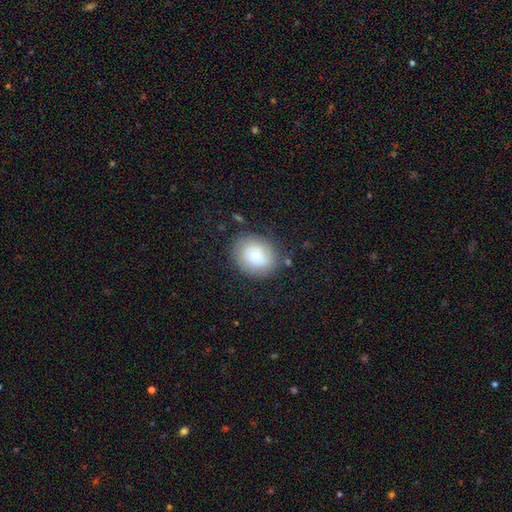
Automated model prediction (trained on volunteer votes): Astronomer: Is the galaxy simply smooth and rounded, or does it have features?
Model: smooth — 68%.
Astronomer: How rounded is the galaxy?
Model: round — 69%.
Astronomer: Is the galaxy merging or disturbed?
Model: none — 77%.